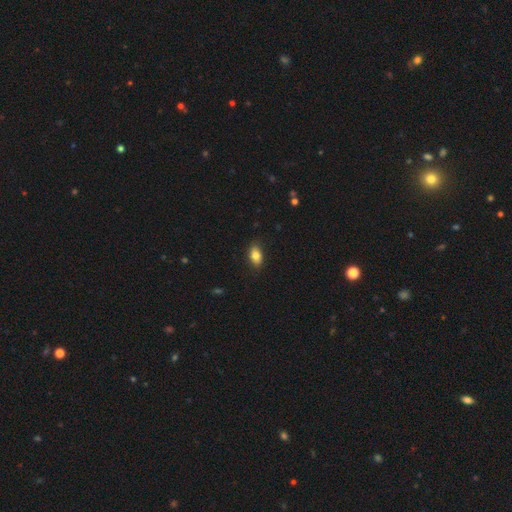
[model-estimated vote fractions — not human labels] This is clearly a smooth galaxy (83%). How rounded: clearly in between (89%). Merging: clearly none (85%).